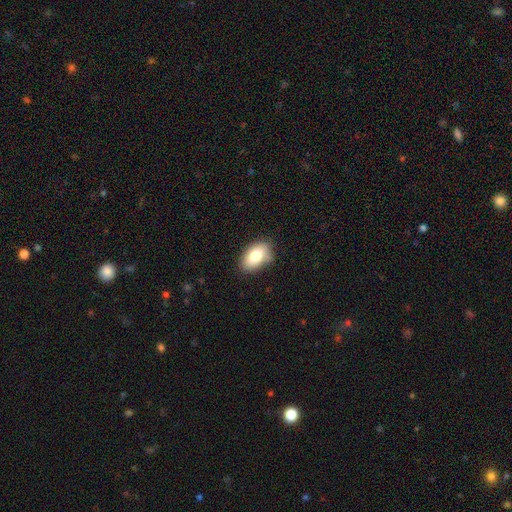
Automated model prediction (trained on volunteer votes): smooth 80%, featured or disk 12%, star or artifact 8%. Down the decision tree: how rounded — in between (91%); merging — none (79%).